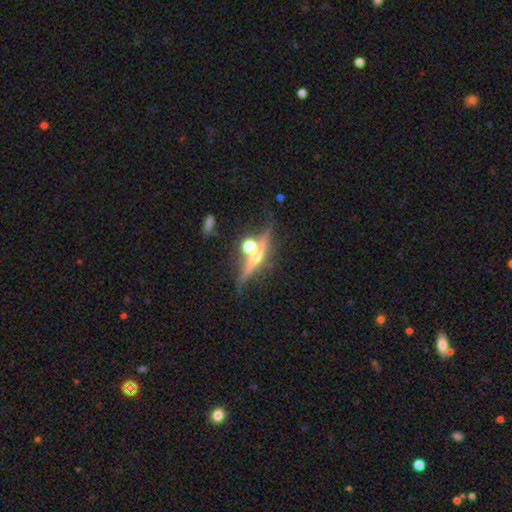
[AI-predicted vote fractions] smooth_or_featured: featured or disk (p=0.62) [alt: smooth p=0.19]
disk_edge_on: yes (p=0.86) [alt: no p=0.14]
edge_on_bulge: rounded (p=0.87) [alt: none p=0.08]
merging: none (p=0.67) [alt: merger p=0.15]